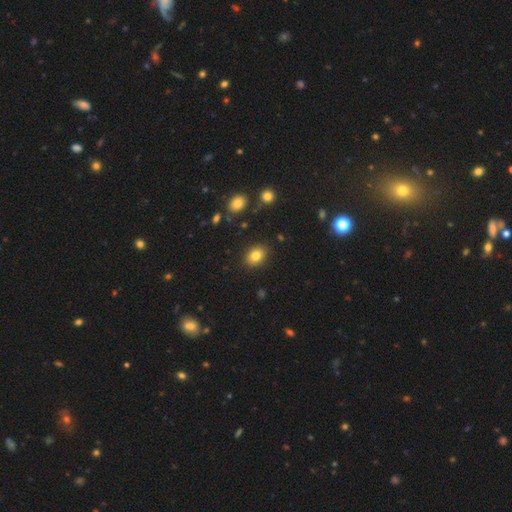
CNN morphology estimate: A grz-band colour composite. It shows a smooth galaxy with no disk features (82%) that is in between round and cigar-shaped (66%). Merging: none (88%).